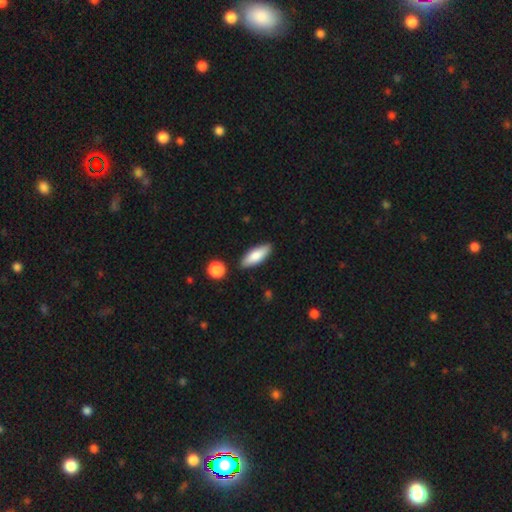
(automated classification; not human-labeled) smooth_or_featured: smooth (p=0.79) [alt: featured or disk p=0.15]
how_rounded: in between (p=0.65) [alt: cigar-shaped p=0.33]
merging: none (p=0.85) [alt: minor disturbance p=0.10]